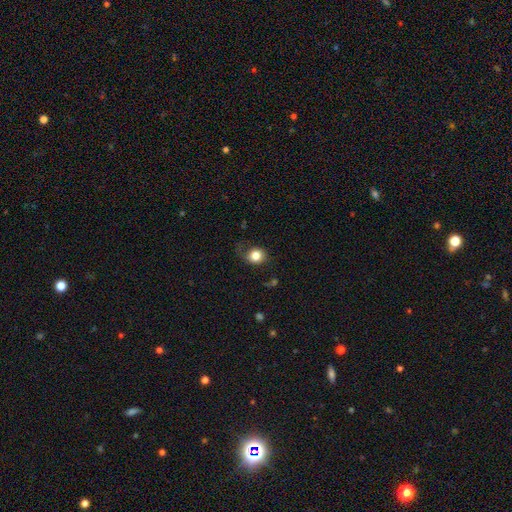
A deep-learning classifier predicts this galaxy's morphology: smooth-or-featured: smooth: 81% | star or artifact: 10% | featured or disk: 9%
  how-rounded: round: 71% | in between: 29% | cigar-shaped: 1%
  merging: none: 62% | minor disturbance: 23% | major disturbance: 13% | merger: 2%